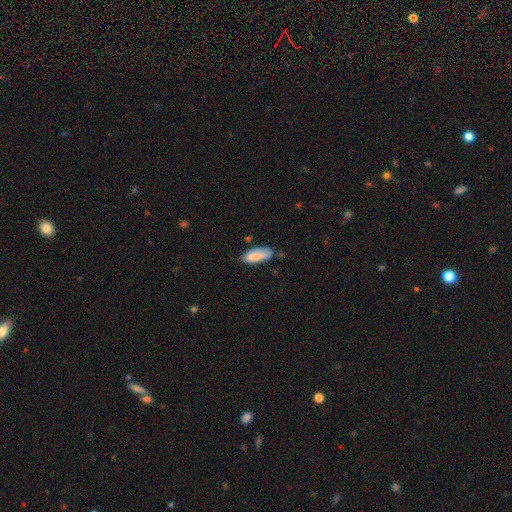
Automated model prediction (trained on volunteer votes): Smooth or featured?
  - smooth: 83% *
  - featured or disk: 10%
  - star or artifact: 6%
How rounded?
  - in between: 83% *
  - cigar-shaped: 16%
  - round: 2%
Merging?
  - none: 65% *
  - minor disturbance: 26%
  - major disturbance: 5%
  - merger: 4%